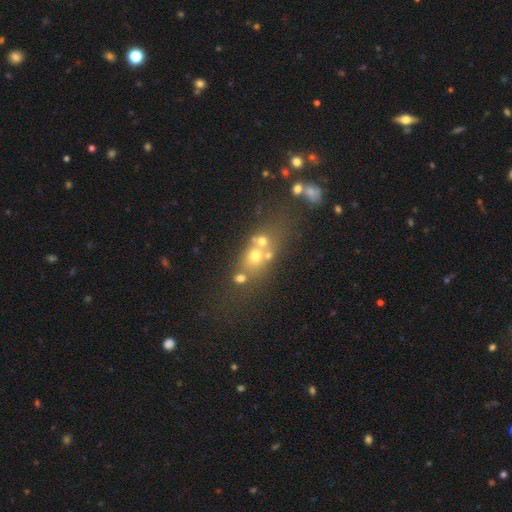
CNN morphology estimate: Overall: smooth (46%; featured or disk 30%). Merging: merger (40%, tied with none).